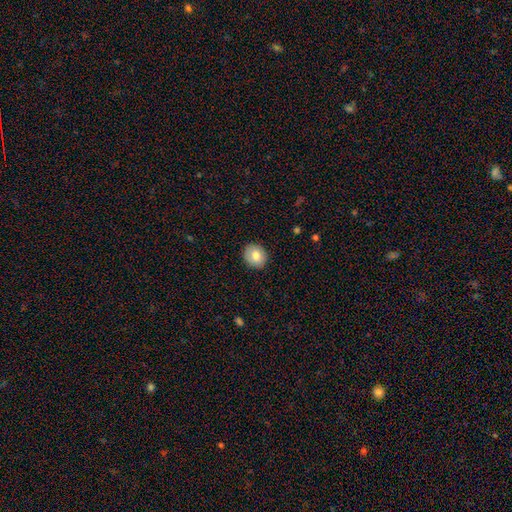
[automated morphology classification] This is likely a smooth galaxy (80%). How rounded: likely round (69%). Merging: clearly none (89%).